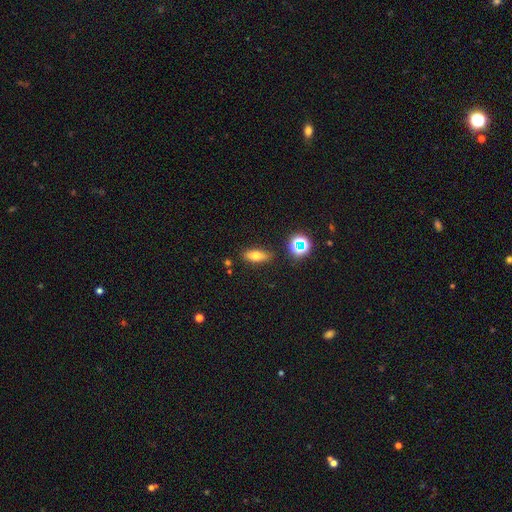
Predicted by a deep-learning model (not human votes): Overall: smooth (69%). How rounded: in between (68%). Merging: none (85%).